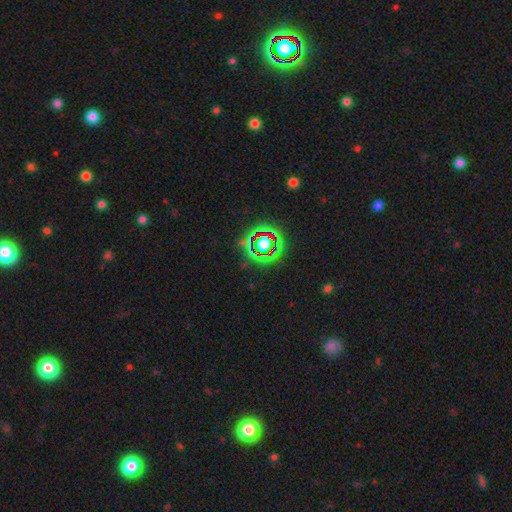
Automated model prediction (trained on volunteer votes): star or artifact 76%, smooth 13%, featured or disk 10%.